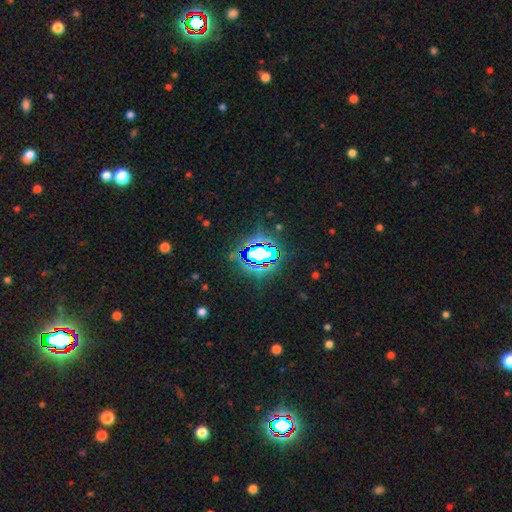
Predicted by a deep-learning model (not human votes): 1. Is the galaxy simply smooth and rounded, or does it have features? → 74% star or artifact, 15% smooth, 11% featured or disk.